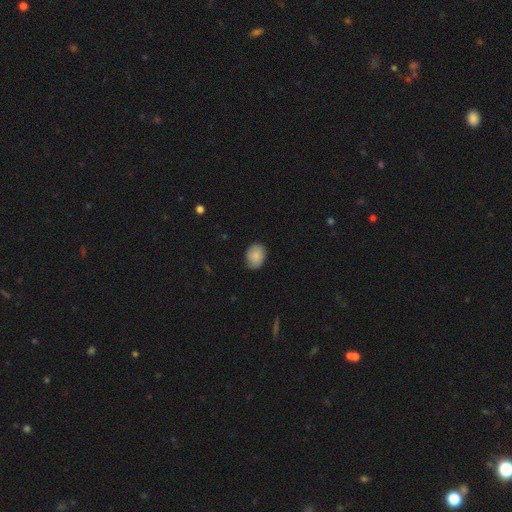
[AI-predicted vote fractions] Smooth or featured? smooth (83%)
How rounded? in between (63%)
Merging? none (78%)